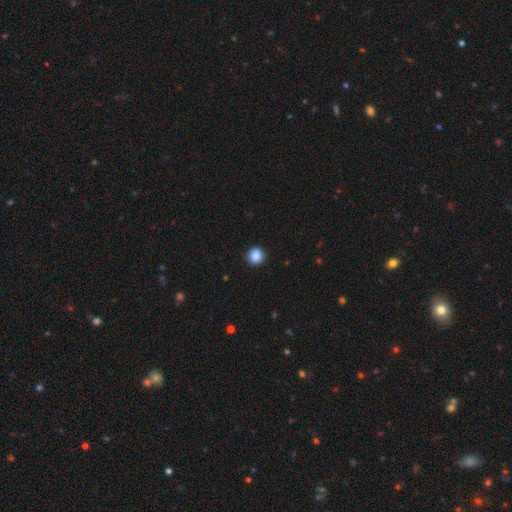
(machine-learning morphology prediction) smooth-or-featured: smooth: 88% | star or artifact: 9% | featured or disk: 3%
  how-rounded: round: 94% | in between: 5% | cigar-shaped: 1%
  merging: none: 92% | minor disturbance: 5% | major disturbance: 2% | merger: 1%